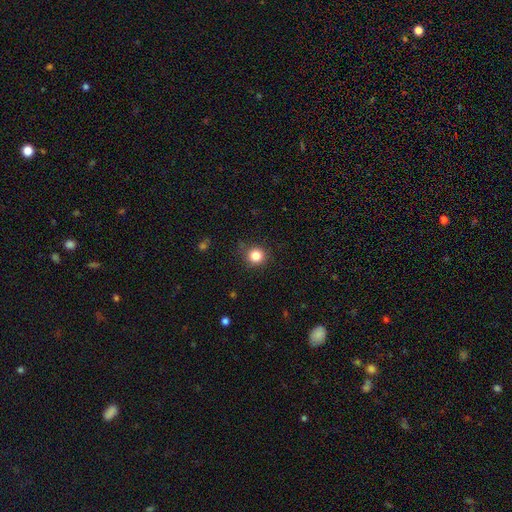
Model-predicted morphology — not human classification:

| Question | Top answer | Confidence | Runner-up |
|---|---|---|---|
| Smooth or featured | smooth | 83% | star or artifact (12%) |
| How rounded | round | 92% | in between (7%) |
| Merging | none | 87% | minor disturbance (9%) |